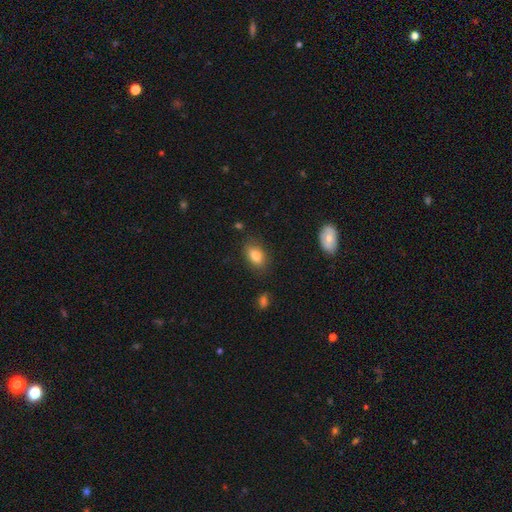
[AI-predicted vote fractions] smooth 80%, featured or disk 11%, star or artifact 9%. Down the decision tree: how rounded — in between (86%); merging — none (81%).